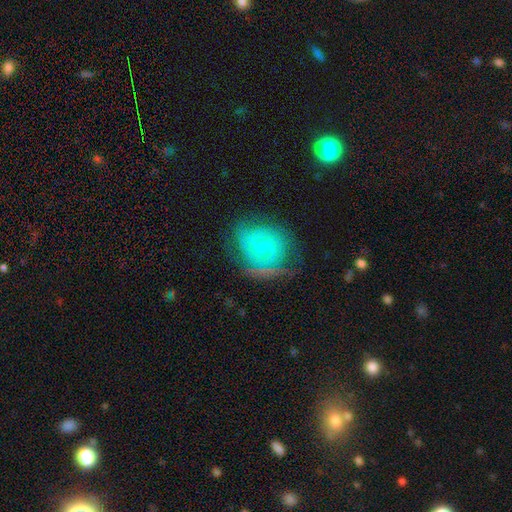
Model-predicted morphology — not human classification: A featured or disk galaxy (65%) with no bar (77%), tight (57%) spiral arms (81%) and a small central bulge (72%). Merging: none (59%).